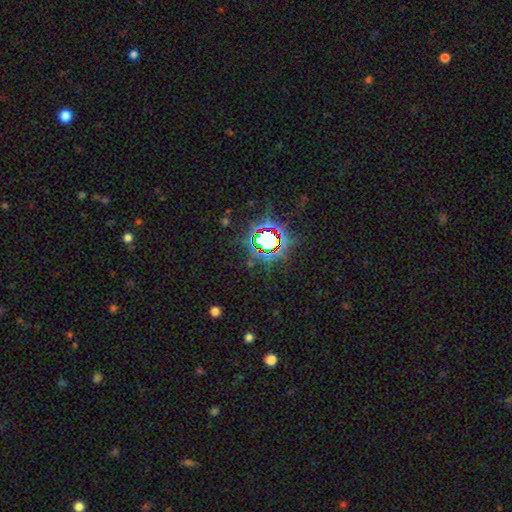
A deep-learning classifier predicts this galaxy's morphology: Smooth or featured?
  - star or artifact: 81% *
  - smooth: 12%
  - featured or disk: 8%